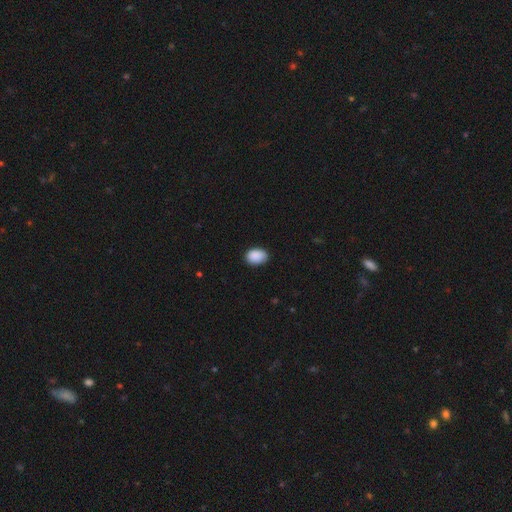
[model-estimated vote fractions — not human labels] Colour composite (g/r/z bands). It shows a smooth galaxy with no disk features (90%) that is in between round and cigar-shaped (80%). Merging: none (82%).